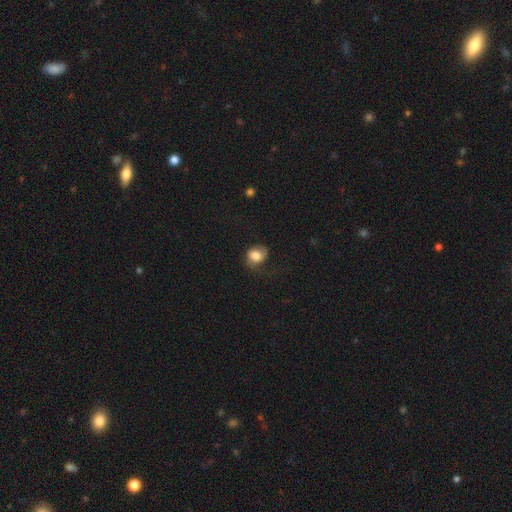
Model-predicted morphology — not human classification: Smooth or featured? smooth (78%)
How rounded? round (52%)
Merging? none (49%)